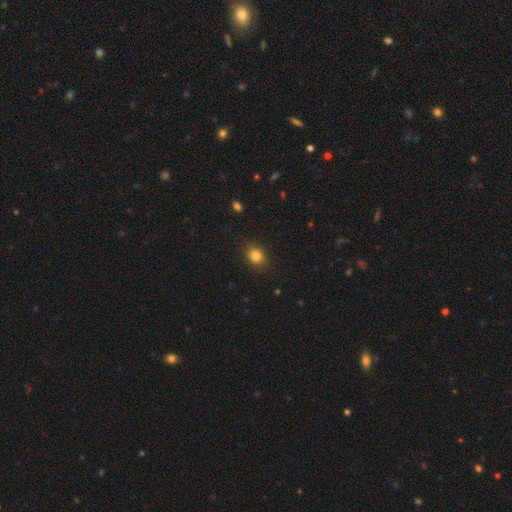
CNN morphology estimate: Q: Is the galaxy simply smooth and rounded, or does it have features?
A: smooth — 83%.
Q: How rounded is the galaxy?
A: round — 56%.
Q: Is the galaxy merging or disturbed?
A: none — 88%.